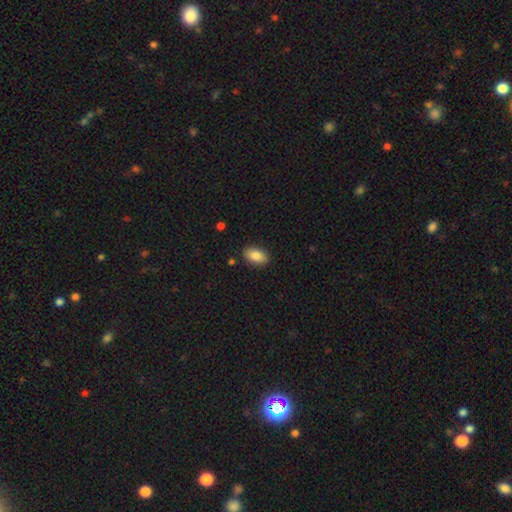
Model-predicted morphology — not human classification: This appears to be a smooth galaxy with no disk features (86%) that is in between round and cigar-shaped (92%). Merging: none (87%).